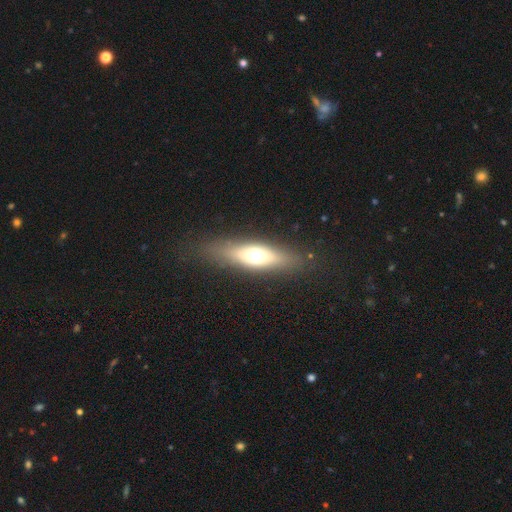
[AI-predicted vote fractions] This appears to be a smooth galaxy with no disk features (54%) that is cigar-shaped (48%). Merging: none (82%).